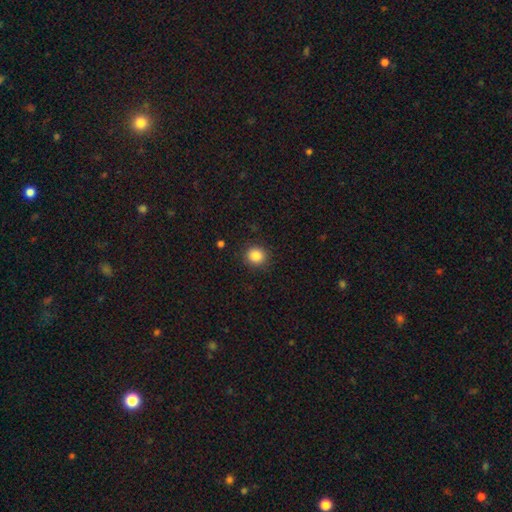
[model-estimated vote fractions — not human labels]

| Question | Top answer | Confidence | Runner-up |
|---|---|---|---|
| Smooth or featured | smooth | 85% | star or artifact (10%) |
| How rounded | round | 87% | in between (12%) |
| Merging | none | 89% | minor disturbance (7%) |